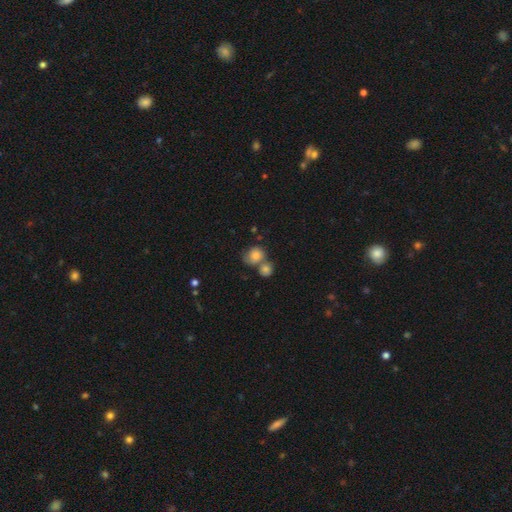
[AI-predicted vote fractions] Q: Smooth or featured?
A: smooth (76%); runner-up: featured or disk (15%)
Q: How rounded?
A: round (75%); runner-up: in between (24%)
Q: Merging?
A: merger (48%); runner-up: none (33%)